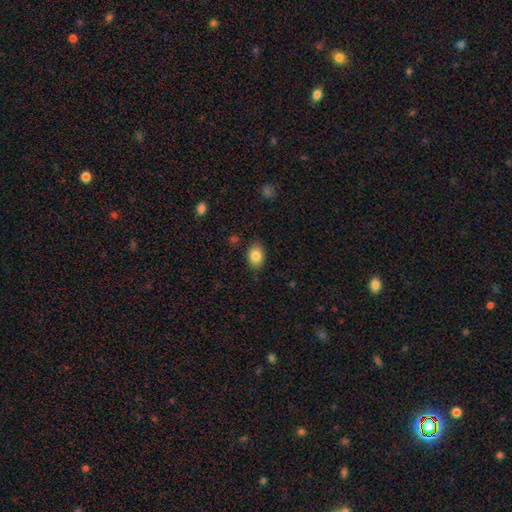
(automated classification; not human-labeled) Smooth or featured? smooth (84%)
How rounded? in between (74%)
Merging? none (84%)